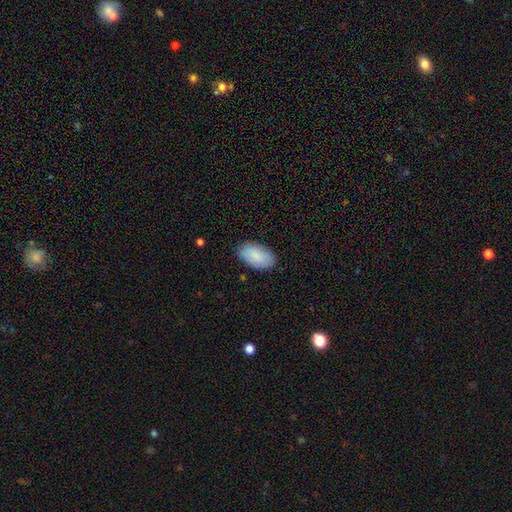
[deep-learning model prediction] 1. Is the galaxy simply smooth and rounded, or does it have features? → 86% smooth, 8% featured or disk, 6% star or artifact.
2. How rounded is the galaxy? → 95% in between, 3% round, 2% cigar-shaped.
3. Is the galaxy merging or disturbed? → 84% none, 12% minor disturbance, 2% major disturbance, 1% merger.